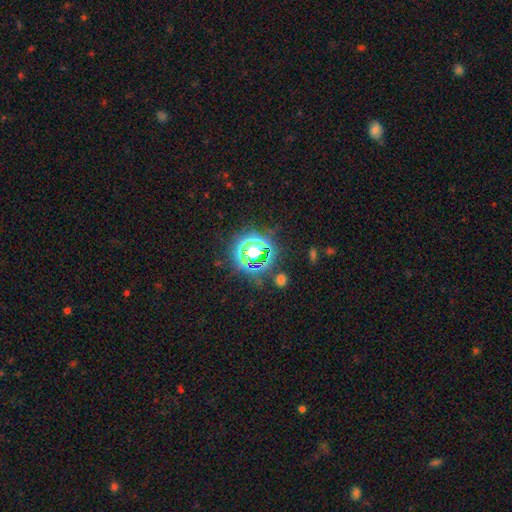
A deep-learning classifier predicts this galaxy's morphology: smooth_or_featured: star or artifact (p=0.63) [alt: smooth p=0.26]